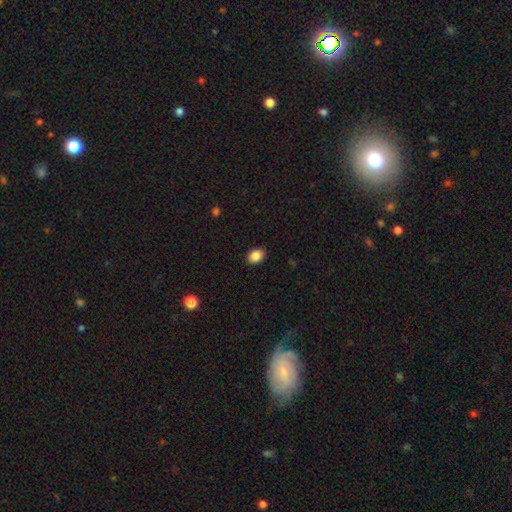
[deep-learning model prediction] smooth_or_featured: smooth (p=0.87) [alt: star or artifact p=0.09]
how_rounded: in between (p=0.64) [alt: round p=0.35]
merging: none (p=0.90) [alt: minor disturbance p=0.07]